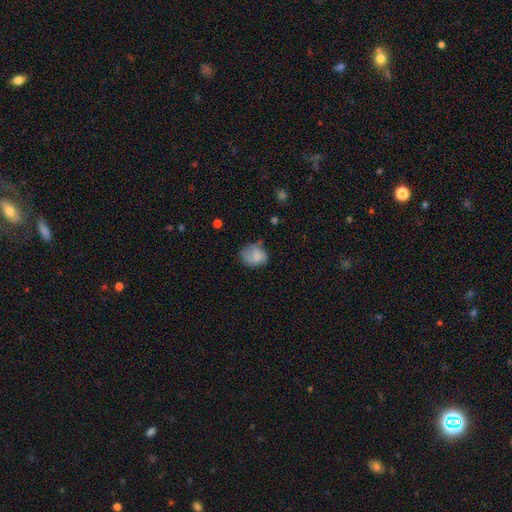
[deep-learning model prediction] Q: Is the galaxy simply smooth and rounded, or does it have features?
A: smooth — 67%.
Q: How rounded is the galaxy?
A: round — 56%.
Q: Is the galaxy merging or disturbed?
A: none — 56%.